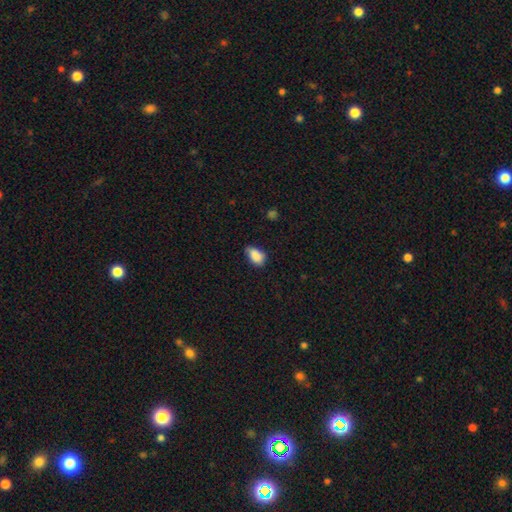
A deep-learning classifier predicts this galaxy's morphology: Smooth or featured: smooth — 86% (star or artifact — 8%)
How rounded: in between — 89% (round — 9%)
Merging: none — 58% (minor disturbance — 34%)